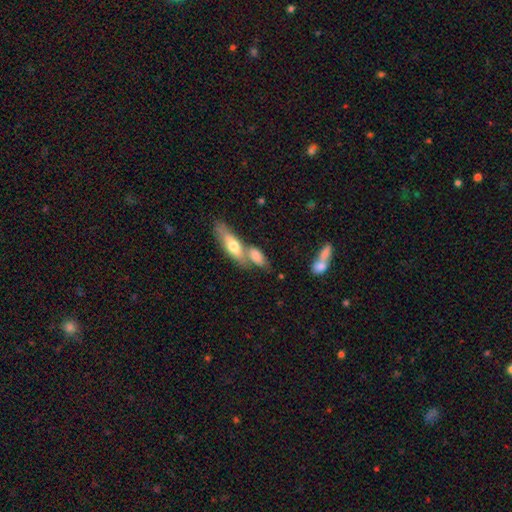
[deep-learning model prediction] This appears to be a smooth galaxy with no disk features (67%) that is in between round and cigar-shaped (63%). Merging: merger (47%).